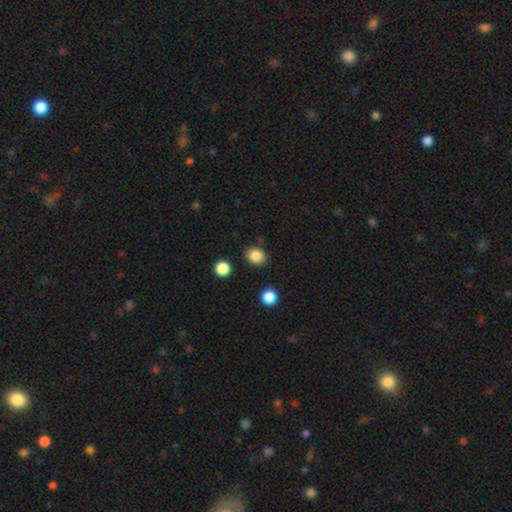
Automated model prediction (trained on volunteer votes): Overall: smooth (86%). How rounded: round (61%; in between 38%). Merging: none (83%).